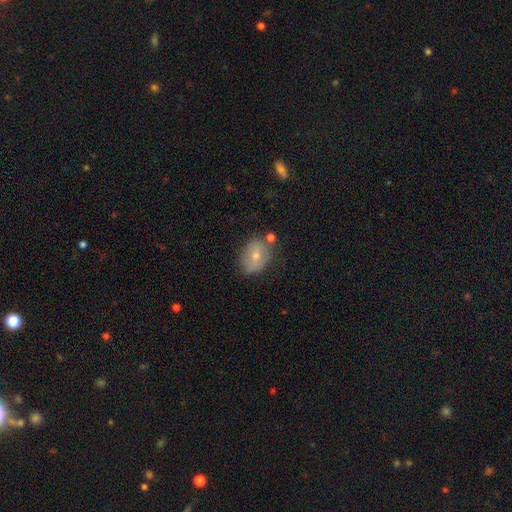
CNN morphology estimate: The model was most divided on "smooth or featured": smooth: 64%, featured or disk: 28%, star or artifact: 9%. More confident: how rounded — in between (70%); merging — none (66%).